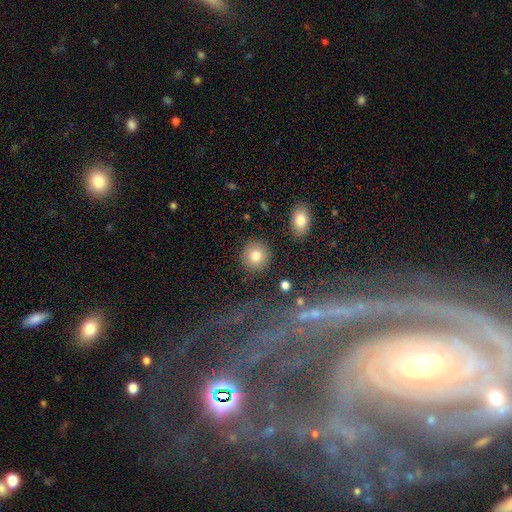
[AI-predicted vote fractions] A smooth galaxy with no disk features (80%) that is round (91%).

Vote fractions:
- Smooth or featured? smooth: 80% / star or artifact: 10% / featured or disk: 9%
- How rounded? round: 91% / in between: 8% / cigar-shaped: 1%
- Merging? none: 88% / minor disturbance: 7% / major disturbance: 3% / merger: 2%